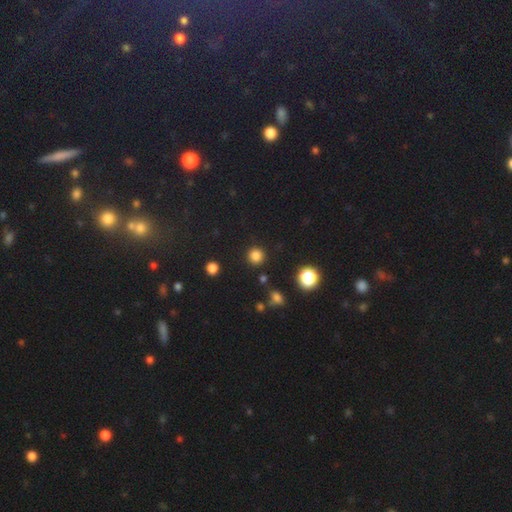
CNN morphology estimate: The model was most divided on "smooth or featured": smooth: 83%, star or artifact: 14%, featured or disk: 4%. More confident: how rounded — round (94%); merging — none (90%).